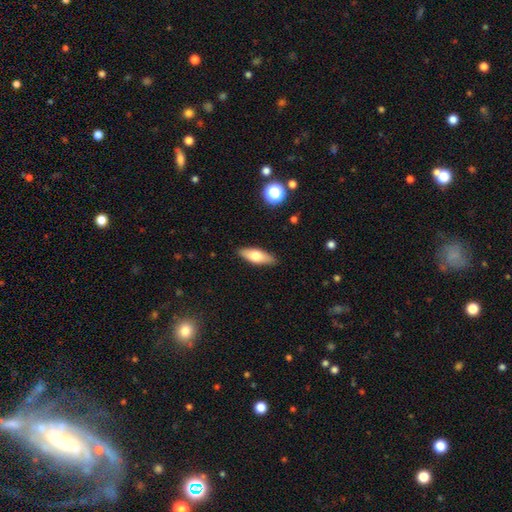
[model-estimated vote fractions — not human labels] Overall: smooth (67%; featured or disk 27%). How rounded: in between (64%; cigar-shaped 34%). Merging: none (88%).